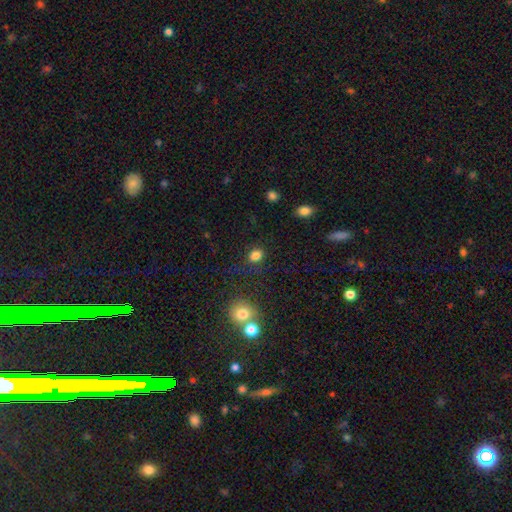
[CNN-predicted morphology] Smooth or featured?
  - smooth: 83% *
  - star or artifact: 13%
  - featured or disk: 4%
How rounded?
  - round: 60% *
  - in between: 38%
  - cigar-shaped: 1%
Merging?
  - none: 78% *
  - minor disturbance: 12%
  - major disturbance: 5%
  - merger: 5%